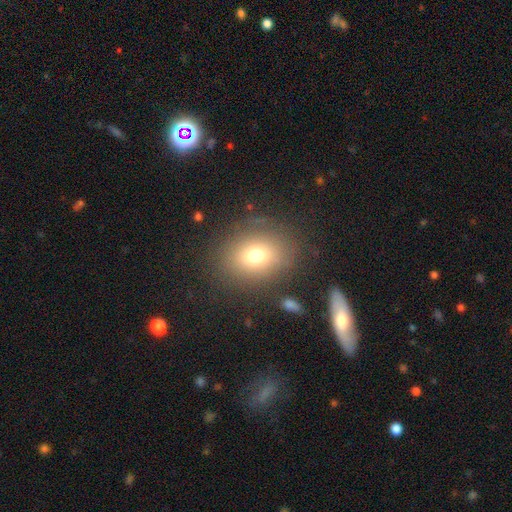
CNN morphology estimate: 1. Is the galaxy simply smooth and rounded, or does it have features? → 73% smooth, 14% featured or disk, 13% star or artifact.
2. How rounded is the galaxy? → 56% in between, 43% round, 1% cigar-shaped.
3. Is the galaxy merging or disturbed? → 81% none, 11% minor disturbance, 4% major disturbance, 3% merger.